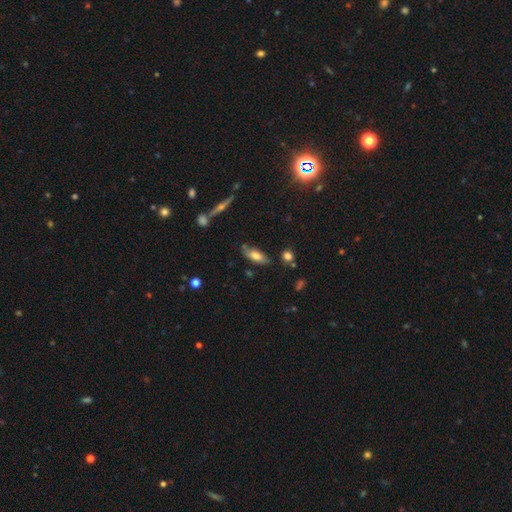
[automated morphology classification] Smooth or featured? Predicted: smooth (p=0.69). How rounded? Predicted: in between (p=0.78). Merging? Predicted: none (p=0.73).